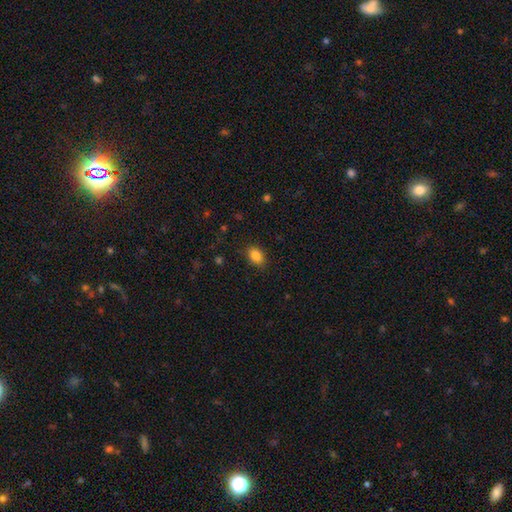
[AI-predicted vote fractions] A smooth galaxy with no disk features (85%) that is in between round and cigar-shaped (77%).

Vote fractions:
- Smooth or featured? smooth: 85% / star or artifact: 10% / featured or disk: 5%
- How rounded? in between: 77% / round: 22% / cigar-shaped: 1%
- Merging? none: 86% / minor disturbance: 11% / major disturbance: 3% / merger: 1%